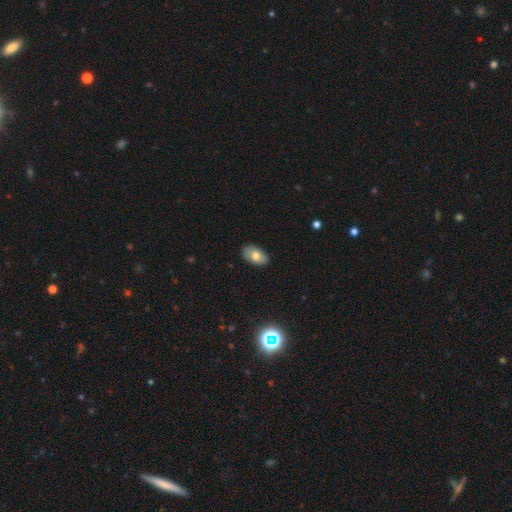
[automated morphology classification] Smooth or featured?
  - smooth: 72% *
  - featured or disk: 20%
  - star or artifact: 8%
How rounded?
  - in between: 92% *
  - round: 6%
  - cigar-shaped: 2%
Merging?
  - none: 84% *
  - minor disturbance: 12%
  - major disturbance: 2%
  - merger: 1%